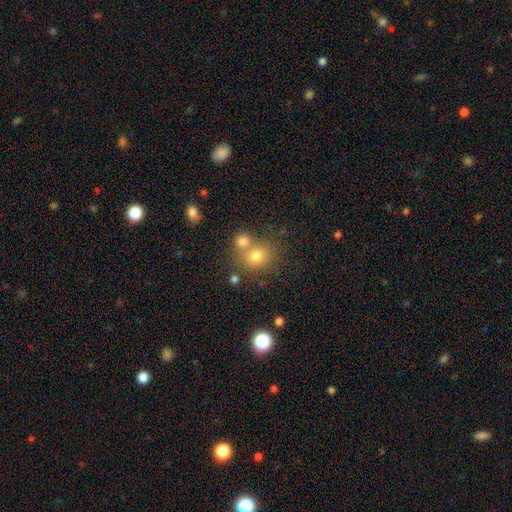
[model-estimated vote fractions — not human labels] smooth-or-featured: smooth: 71% | star or artifact: 17% | featured or disk: 12%
  how-rounded: round: 81% | in between: 18% | cigar-shaped: 1%
  merging: none: 53% | merger: 35% | minor disturbance: 9% | major disturbance: 4%